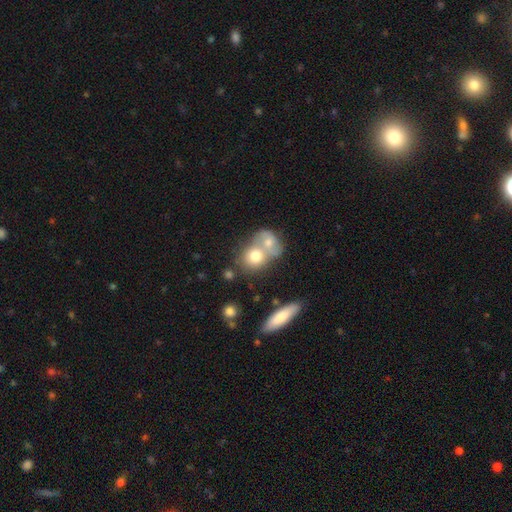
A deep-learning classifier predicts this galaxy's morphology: A smooth galaxy with no disk features (70%) that is round (59%).

Vote fractions:
- Smooth or featured? smooth: 70% / featured or disk: 20% / star or artifact: 9%
- How rounded? round: 59% / in between: 39% / cigar-shaped: 2%
- Merging? merger: 59% / none: 28% / minor disturbance: 8% / major disturbance: 5%